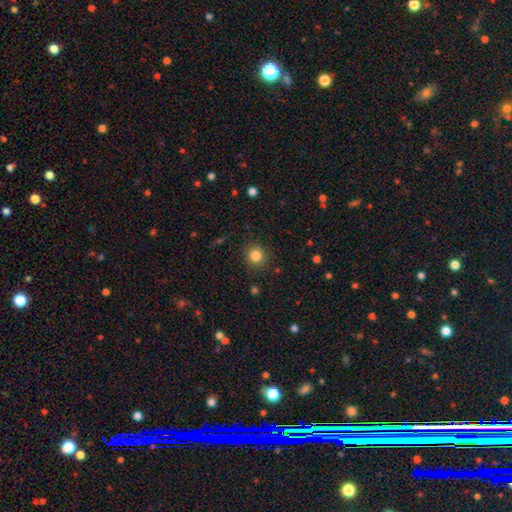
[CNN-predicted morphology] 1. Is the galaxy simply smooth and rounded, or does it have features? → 83% smooth, 12% star or artifact, 5% featured or disk.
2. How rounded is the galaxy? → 91% round, 8% in between, 1% cigar-shaped.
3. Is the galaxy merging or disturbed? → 90% none, 7% minor disturbance, 3% major disturbance, 1% merger.